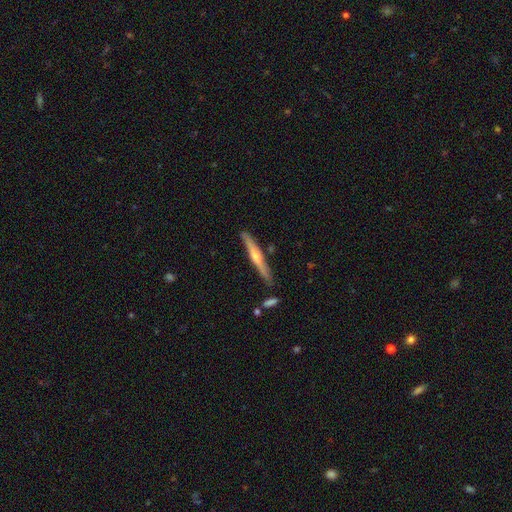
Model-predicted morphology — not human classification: type=featured or disk (70%); edge-on=yes (97%); edge-on bulge=rounded (82%); merging=none (86%).